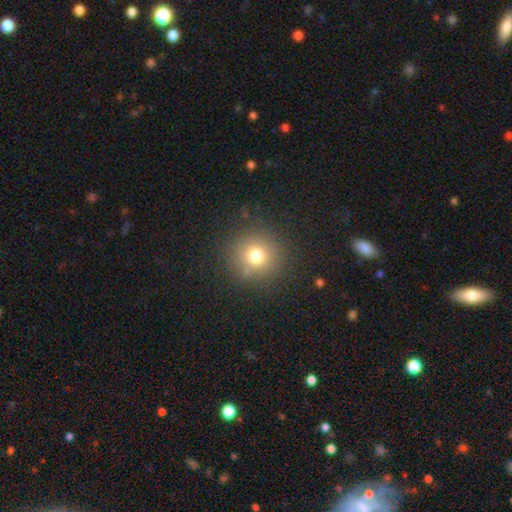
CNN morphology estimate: The model was most divided on "smooth or featured": smooth: 74%, star or artifact: 16%, featured or disk: 10%. More confident: how rounded — round (94%); merging — none (88%).